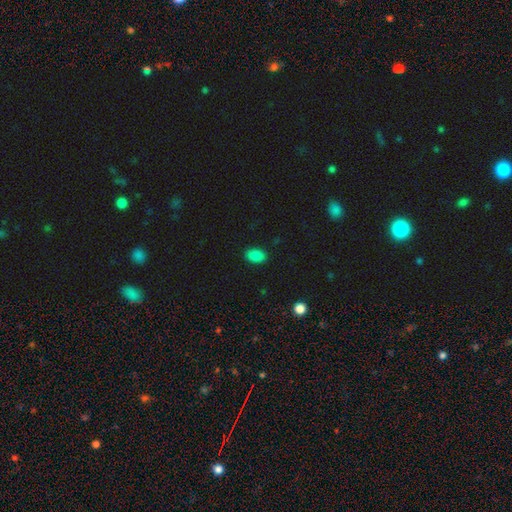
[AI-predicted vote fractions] A smooth galaxy with no disk features (87%) that is in between round and cigar-shaped (88%).

Vote fractions:
- Smooth or featured? smooth: 87% / star or artifact: 10% / featured or disk: 3%
- How rounded? in between: 88% / round: 11% / cigar-shaped: 1%
- Merging? none: 88% / minor disturbance: 8% / major disturbance: 2% / merger: 1%